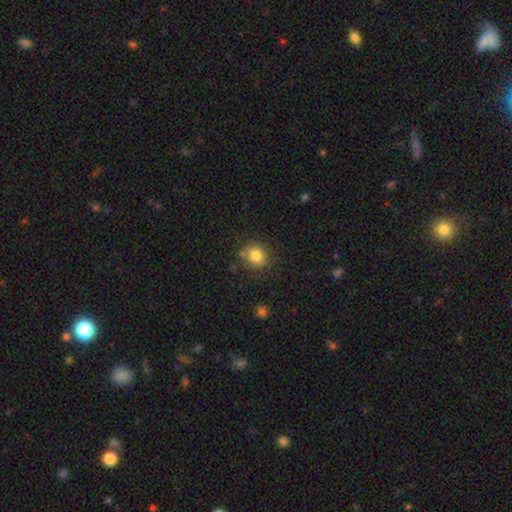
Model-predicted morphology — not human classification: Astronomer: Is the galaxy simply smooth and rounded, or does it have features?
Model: smooth — 83%.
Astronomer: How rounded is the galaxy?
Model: round — 84%.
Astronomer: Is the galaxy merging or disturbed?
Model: none — 80%.